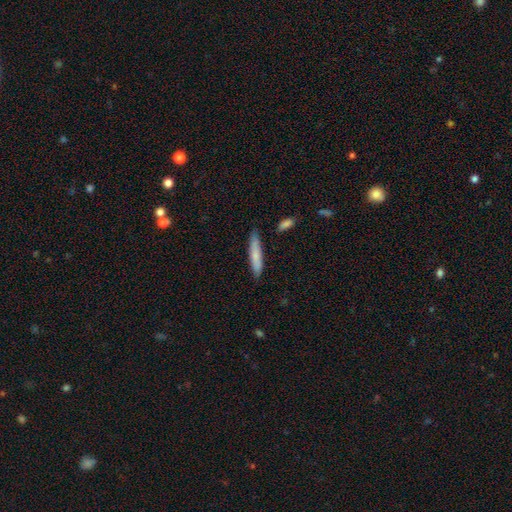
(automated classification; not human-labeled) A smooth galaxy with no disk features (76%) that is cigar-shaped (87%).

Vote fractions:
- Smooth or featured? smooth: 76% / featured or disk: 18% / star or artifact: 6%
- How rounded? cigar-shaped: 87% / in between: 12% / round: 1%
- Merging? none: 82% / minor disturbance: 13% / merger: 3% / major disturbance: 2%